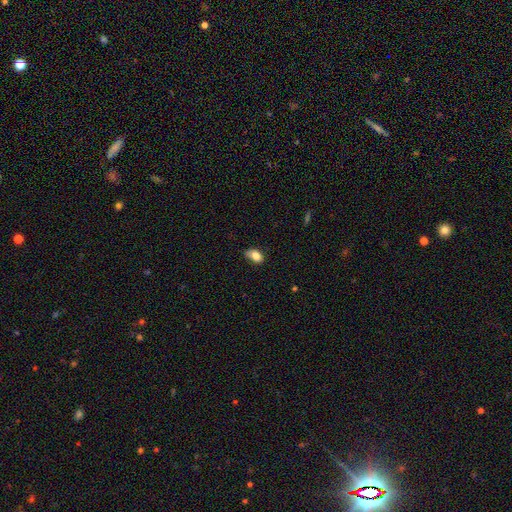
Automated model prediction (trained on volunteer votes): A smooth galaxy with no disk features (82%) that is in between round and cigar-shaped (88%). Merging: none (56%).